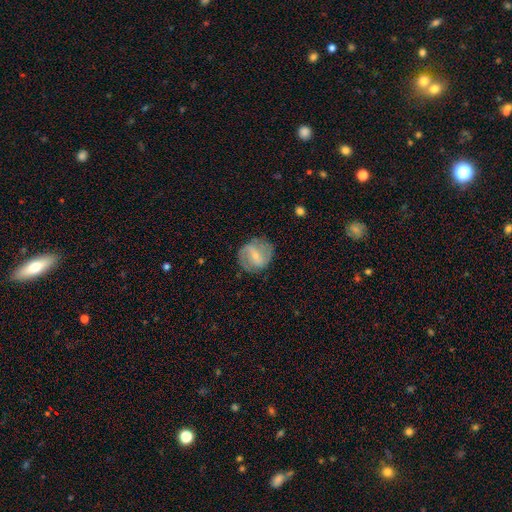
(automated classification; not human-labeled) Smooth or featured?
  - featured or disk: 68% *
  - smooth: 26%
  - star or artifact: 7%
Edge-on disk?
  - no: 96% *
  - yes: 4%
Bar?
  - weak: 43% *
  - strong: 40%
  - no: 16%
Spiral arms?
  - yes: 78% *
  - no: 22%
Spiral winding?
  - medium: 43% *
  - loose: 34%
  - tight: 23%
Spiral arm count?
  - 2: 81% *
  - can't tell: 12%
  - 1: 3%
  - 3: 2%
  - 4: 1%
  - more than 4: 1%
Bulge size?
  - small: 64% *
  - moderate: 29%
  - none: 4%
  - large: 2%
  - dominant: 1%
Merging?
  - none: 74% *
  - minor disturbance: 17%
  - major disturbance: 7%
  - merger: 1%